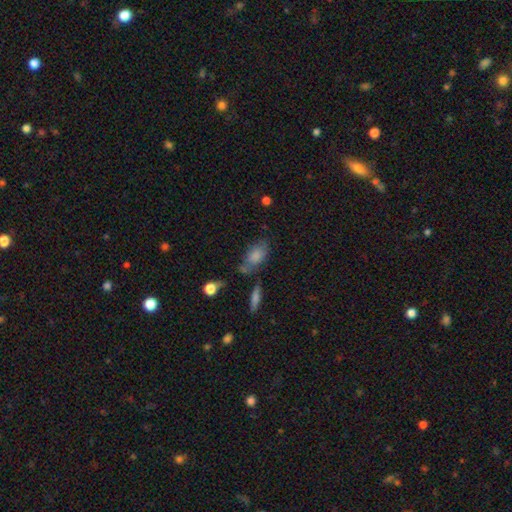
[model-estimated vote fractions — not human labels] This is clearly a smooth galaxy (80%). How rounded: clearly in between (89%). Merging: possibly none (54%).